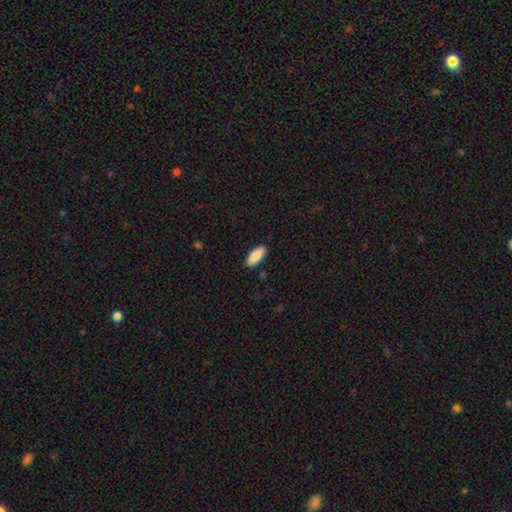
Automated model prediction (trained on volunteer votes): A smooth galaxy with no disk features (89%) that is in between round and cigar-shaped (81%).

Vote fractions:
- Smooth or featured? smooth: 89% / star or artifact: 6% / featured or disk: 5%
- How rounded? in between: 81% / cigar-shaped: 18% / round: 2%
- Merging? none: 89% / minor disturbance: 8% / major disturbance: 2% / merger: 1%